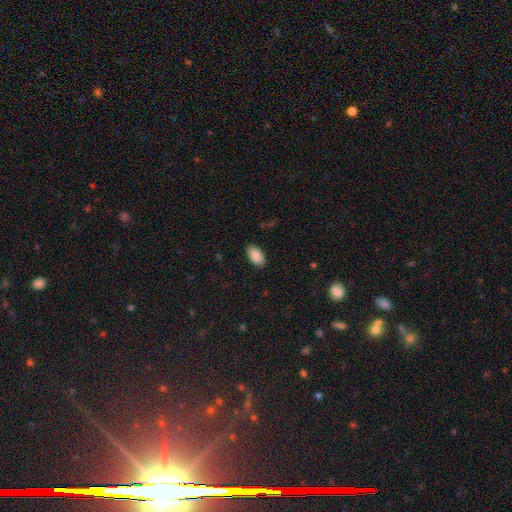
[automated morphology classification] Q: Smooth or featured?
A: smooth (89%); runner-up: star or artifact (7%)
Q: How rounded?
A: in between (95%); runner-up: round (3%)
Q: Merging?
A: none (88%); runner-up: minor disturbance (9%)